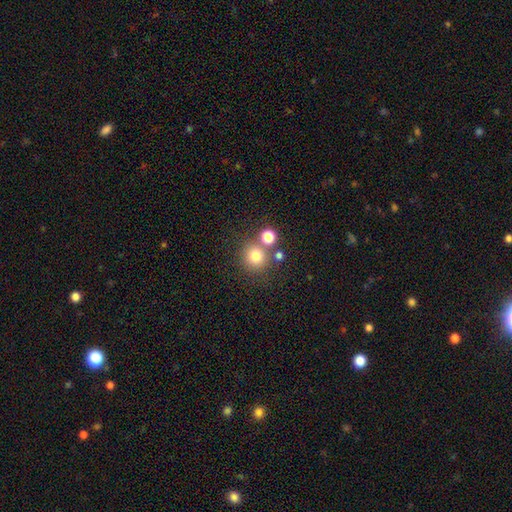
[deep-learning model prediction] Smooth or featured? Predicted: smooth (p=0.77). How rounded? Predicted: round (p=0.91). Merging? Predicted: none (p=0.69).